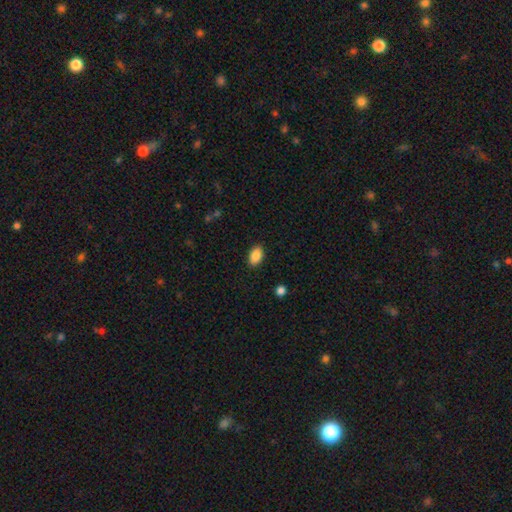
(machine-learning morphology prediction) Smooth or featured?
  - smooth: 88% *
  - star or artifact: 7%
  - featured or disk: 5%
How rounded?
  - in between: 92% *
  - round: 7%
  - cigar-shaped: 1%
Merging?
  - none: 89% *
  - minor disturbance: 8%
  - major disturbance: 2%
  - merger: 1%